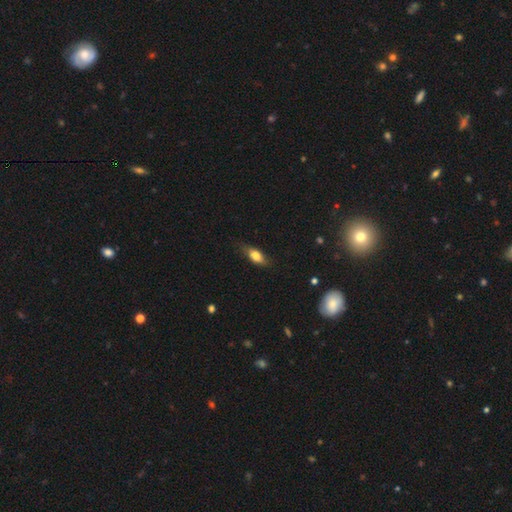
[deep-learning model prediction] Smooth or featured: smooth — 73% (featured or disk — 20%)
How rounded: in between — 76% (cigar-shaped — 18%)
Merging: none — 69% (minor disturbance — 24%)